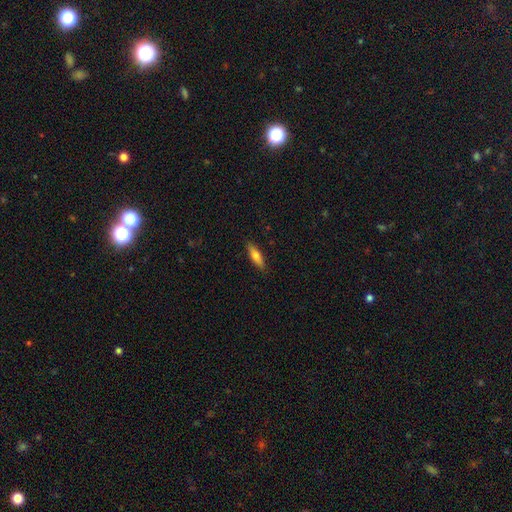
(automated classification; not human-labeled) This appears to be a smooth galaxy with no disk features (69%) that is cigar-shaped (54%). Merging: none (88%).